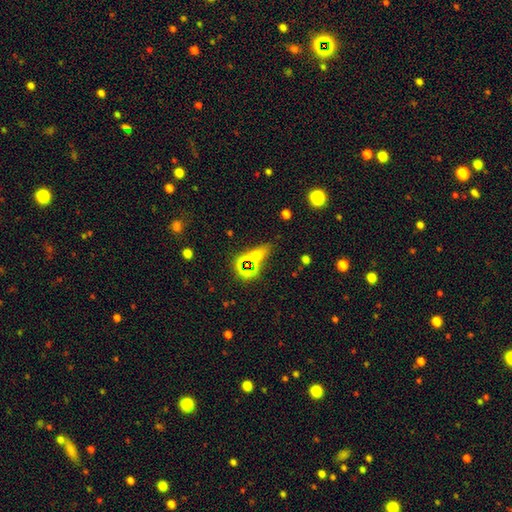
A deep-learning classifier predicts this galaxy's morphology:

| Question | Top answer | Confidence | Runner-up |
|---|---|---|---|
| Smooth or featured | smooth | 47% | star or artifact (39%) |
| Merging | none | 65% | minor disturbance (15%) |